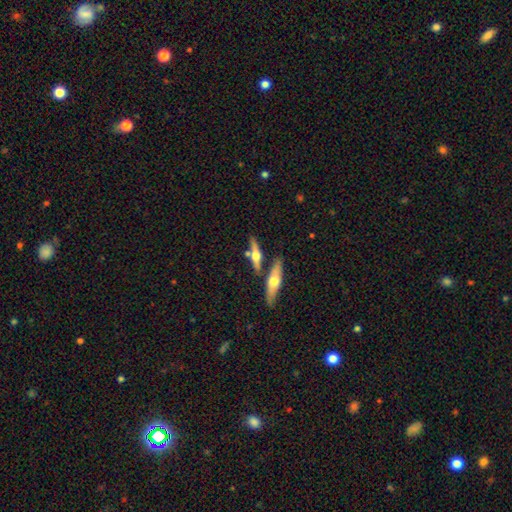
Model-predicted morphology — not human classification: smooth-or-featured: featured or disk: 68% | smooth: 26% | star or artifact: 6%
  disk-edge-on: yes: 95% | no: 5%
    edge-on-bulge: rounded: 95% | boxy: 3% | none: 2%
  merging: none: 67% | merger: 21% | minor disturbance: 9% | major disturbance: 3%